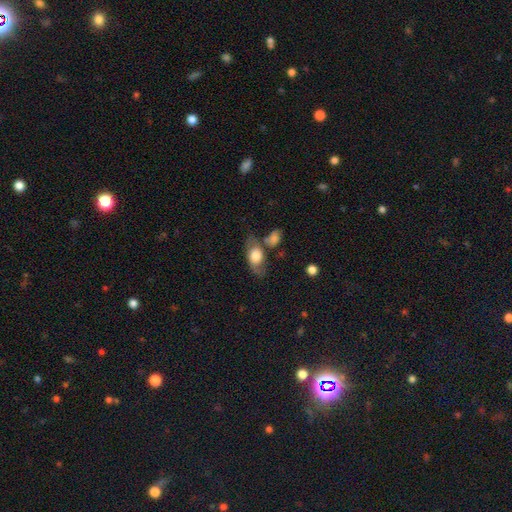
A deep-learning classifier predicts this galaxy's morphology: smooth 60%, featured or disk 33%, star or artifact 7%. Down the decision tree: how rounded — in between (82%); merging — none (54%).